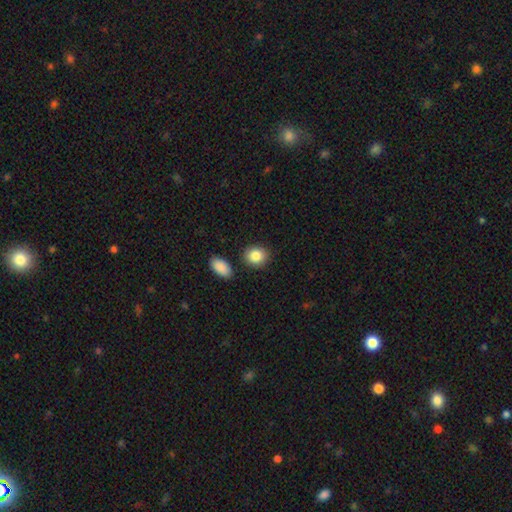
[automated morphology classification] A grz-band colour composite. It shows a smooth galaxy with no disk features (87%) that is round (68%). Merging: none (83%).